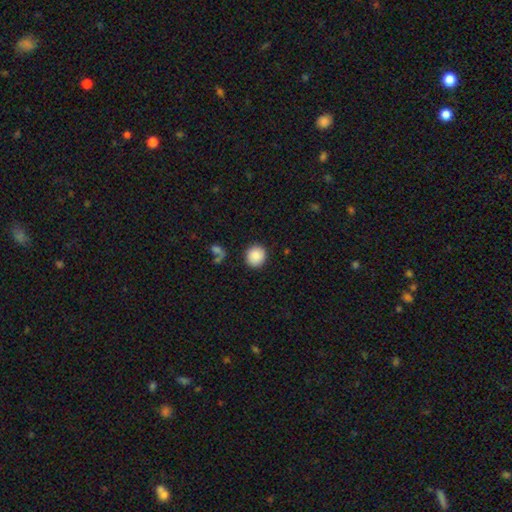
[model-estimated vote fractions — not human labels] Overall: smooth (88%). How rounded: round (89%). Merging: none (88%).